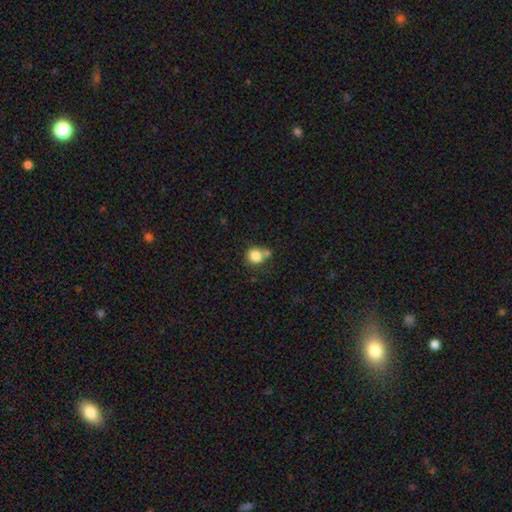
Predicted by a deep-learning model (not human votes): Smooth or featured?
  - smooth: 83% *
  - star or artifact: 10%
  - featured or disk: 7%
How rounded?
  - round: 83% *
  - in between: 16%
  - cigar-shaped: 1%
Merging?
  - none: 55% *
  - merger: 25%
  - minor disturbance: 14%
  - major disturbance: 5%